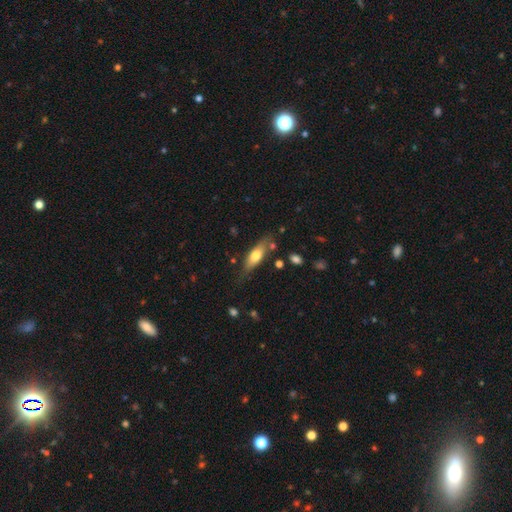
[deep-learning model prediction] smooth_or_featured: smooth (p=0.63) [alt: featured or disk p=0.31]
how_rounded: in between (p=0.54) [alt: cigar-shaped p=0.43]
merging: none (p=0.69) [alt: minor disturbance p=0.21]